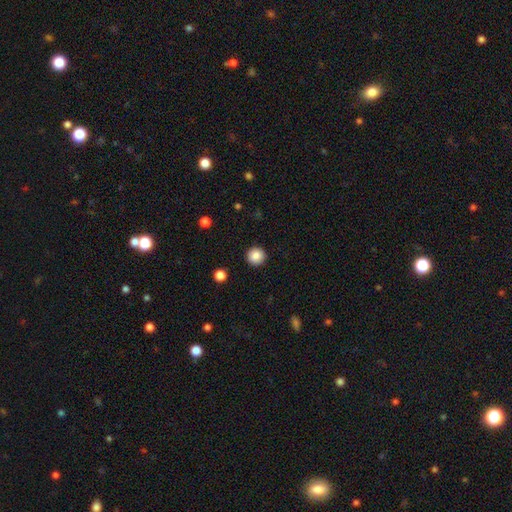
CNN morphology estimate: This is clearly a smooth galaxy (86%). How rounded: clearly round (96%). Merging: clearly none (93%).